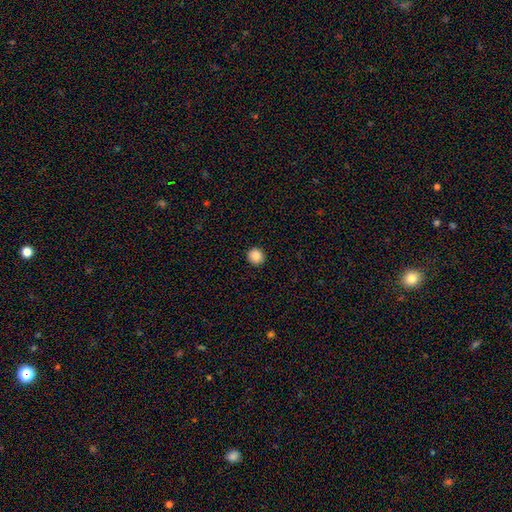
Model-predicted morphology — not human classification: Smooth or featured? smooth (88%)
How rounded? round (91%)
Merging? none (93%)